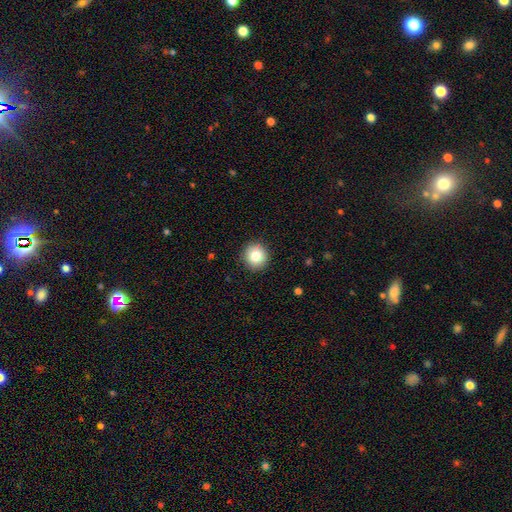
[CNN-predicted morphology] This is clearly a smooth galaxy (82%). How rounded: clearly round (91%). Merging: clearly none (90%).